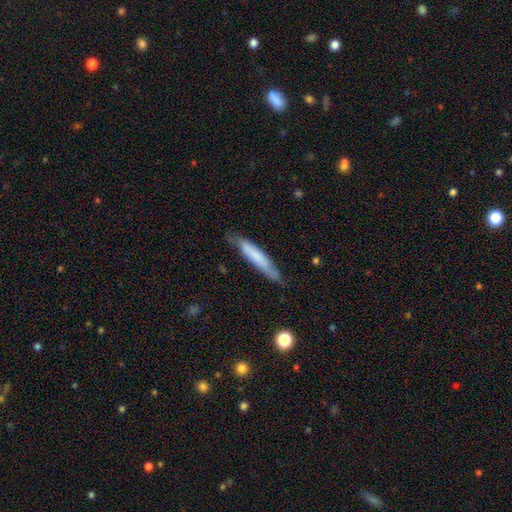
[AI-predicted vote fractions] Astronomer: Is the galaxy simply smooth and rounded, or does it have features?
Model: smooth — 66%.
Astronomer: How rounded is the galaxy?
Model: cigar-shaped — 89%.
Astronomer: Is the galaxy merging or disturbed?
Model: none — 73%.